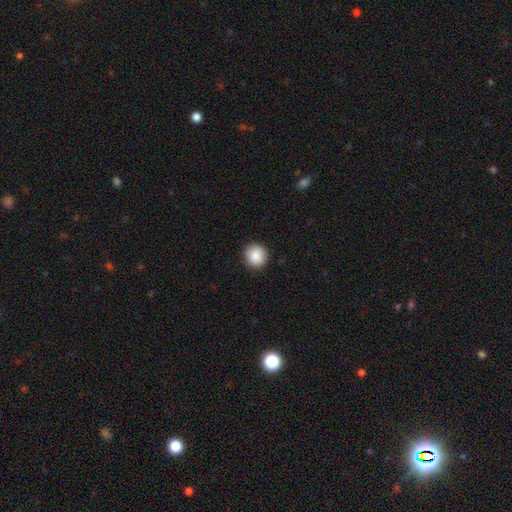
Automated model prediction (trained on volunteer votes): Smooth or featured?
  - smooth: 88% *
  - star or artifact: 8%
  - featured or disk: 4%
How rounded?
  - round: 91% *
  - in between: 8%
  - cigar-shaped: 1%
Merging?
  - none: 91% *
  - minor disturbance: 6%
  - major disturbance: 2%
  - merger: 1%